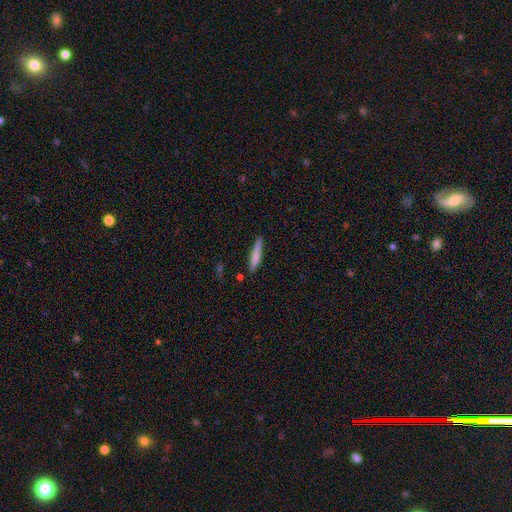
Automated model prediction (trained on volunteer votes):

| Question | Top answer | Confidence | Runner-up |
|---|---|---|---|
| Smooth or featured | smooth | 74% | featured or disk (20%) |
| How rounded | cigar-shaped | 92% | in between (7%) |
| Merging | none | 83% | minor disturbance (13%) |